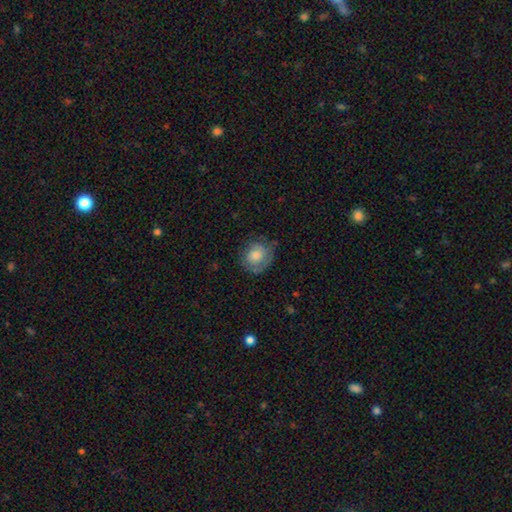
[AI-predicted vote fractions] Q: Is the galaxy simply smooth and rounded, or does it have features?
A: smooth — 64%.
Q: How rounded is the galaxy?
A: round — 70%.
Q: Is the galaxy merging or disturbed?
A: none — 69%.